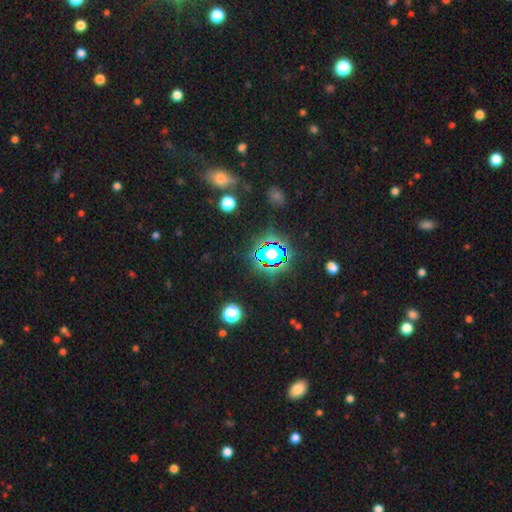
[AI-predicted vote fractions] Q: Smooth or featured?
A: star or artifact (75%); runner-up: smooth (16%)